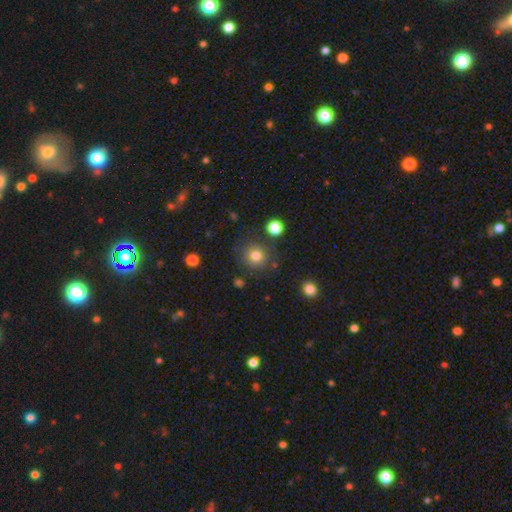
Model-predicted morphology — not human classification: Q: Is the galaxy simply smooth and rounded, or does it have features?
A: smooth — 78%.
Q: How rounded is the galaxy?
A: round — 90%.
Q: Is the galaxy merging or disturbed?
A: none — 81%.